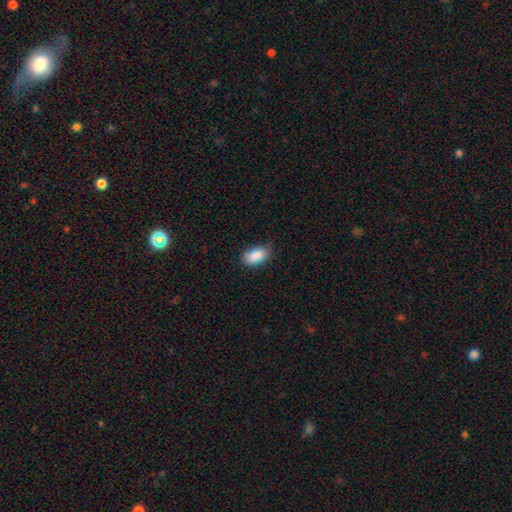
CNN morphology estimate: This is clearly a smooth galaxy (88%). How rounded: clearly in between (93%). Merging: likely none (69%).